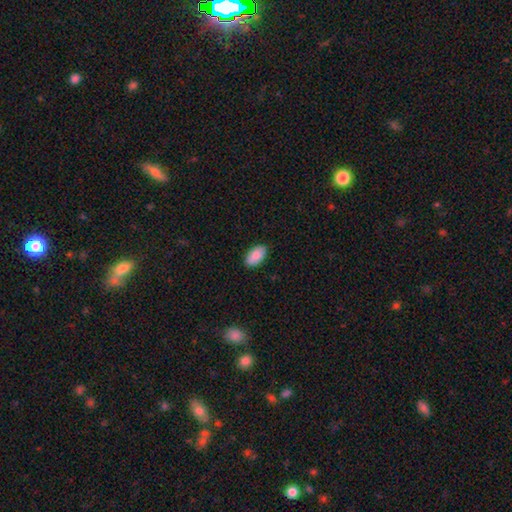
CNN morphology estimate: Smooth or featured? smooth (90%)
How rounded? in between (95%)
Merging? none (88%)